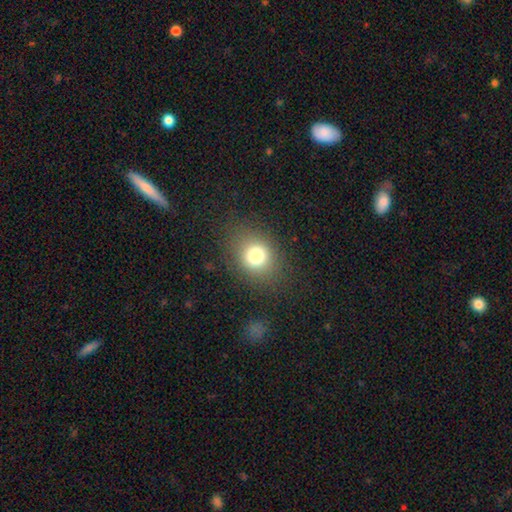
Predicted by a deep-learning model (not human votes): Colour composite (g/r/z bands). It shows a smooth galaxy with no disk features (77%) that is round (60%). Merging: none (83%).